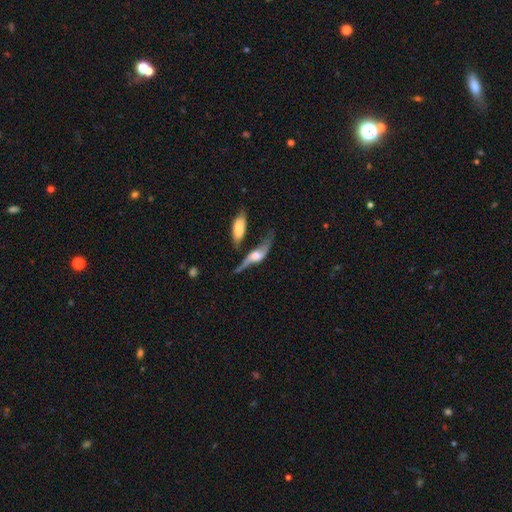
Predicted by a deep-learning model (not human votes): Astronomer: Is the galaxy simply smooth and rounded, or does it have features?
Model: featured or disk — 74%.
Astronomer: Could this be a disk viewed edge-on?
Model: no — 60% (runner-up: yes, 40%).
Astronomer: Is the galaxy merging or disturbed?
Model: none — 34% (runner-up: merger, 26%).